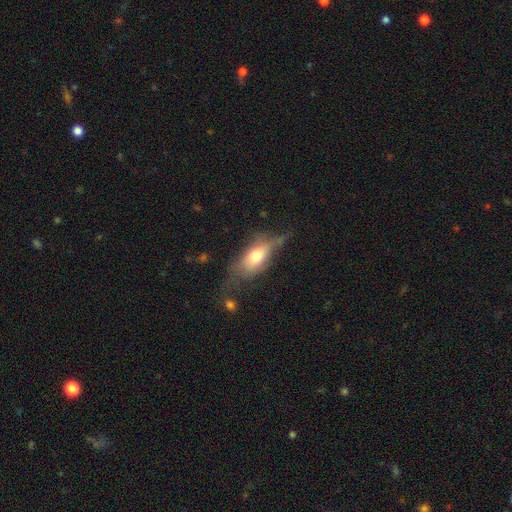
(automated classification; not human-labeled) Smooth or featured?
  - smooth: 58% *
  - featured or disk: 34%
  - star or artifact: 8%
How rounded?
  - in between: 80% *
  - cigar-shaped: 15%
  - round: 5%
Merging?
  - none: 38% *
  - minor disturbance: 30%
  - major disturbance: 27%
  - merger: 4%